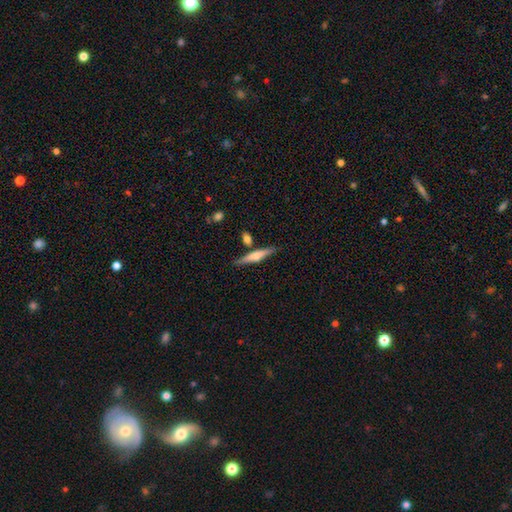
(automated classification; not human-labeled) Q: Smooth or featured?
A: featured or disk (47%); tied with: smooth (47%)
Q: Merging?
A: none (79%); runner-up: minor disturbance (11%)